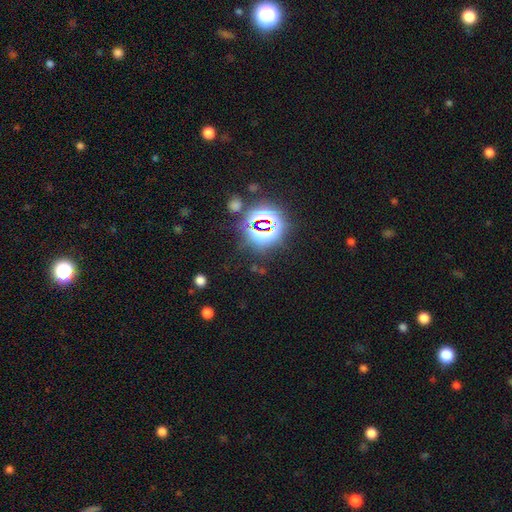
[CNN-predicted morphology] Smooth or featured: star or artifact — 78% (smooth — 14%)